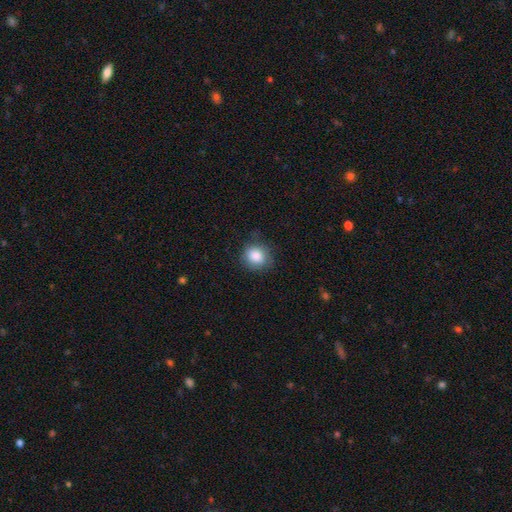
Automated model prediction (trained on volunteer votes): Overall: smooth (84%). How rounded: round (78%). Merging: none (74%).